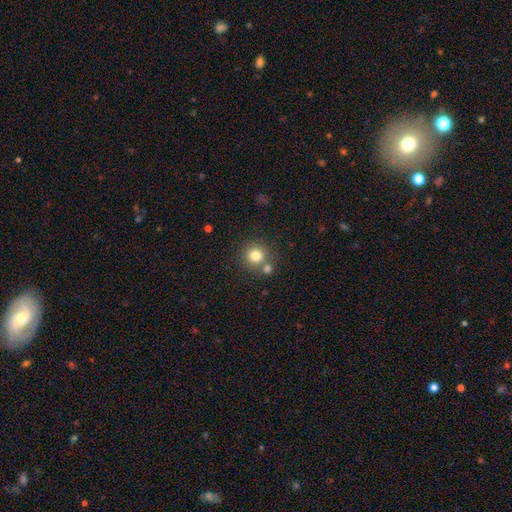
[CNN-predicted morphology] Overall: smooth (79%). How rounded: round (92%). Merging: none (68%).